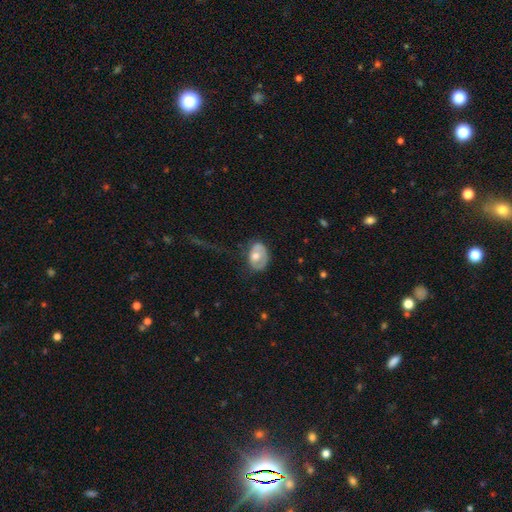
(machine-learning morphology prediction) Smooth or featured?
  - smooth: 55% *
  - featured or disk: 39%
  - star or artifact: 6%
How rounded?
  - in between: 77% *
  - round: 22%
  - cigar-shaped: 1%
Merging?
  - none: 56% *
  - minor disturbance: 27%
  - major disturbance: 15%
  - merger: 2%